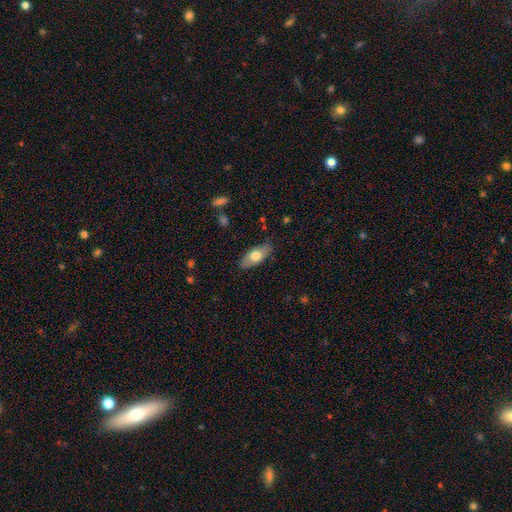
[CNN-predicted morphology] A smooth galaxy with no disk features (69%) that is in between round and cigar-shaped (84%).

Vote fractions:
- Smooth or featured? smooth: 69% / featured or disk: 25% / star or artifact: 6%
- How rounded? in between: 84% / cigar-shaped: 13% / round: 3%
- Merging? none: 84% / minor disturbance: 12% / major disturbance: 2% / merger: 1%